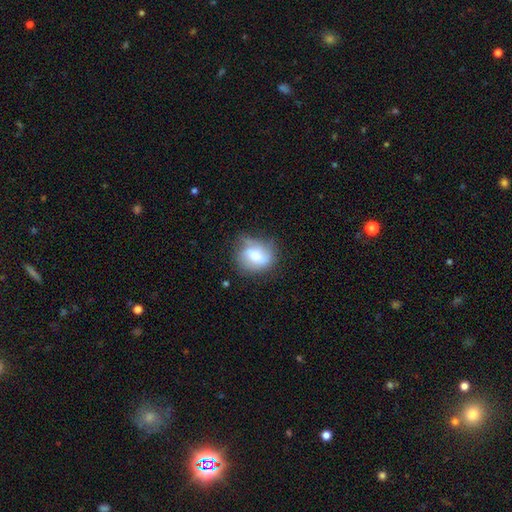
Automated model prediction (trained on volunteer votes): Q: Smooth or featured?
A: smooth (52%); runner-up: featured or disk (40%)
Q: How rounded?
A: round (65%); runner-up: in between (33%)
Q: Merging?
A: none (53%); runner-up: minor disturbance (32%)